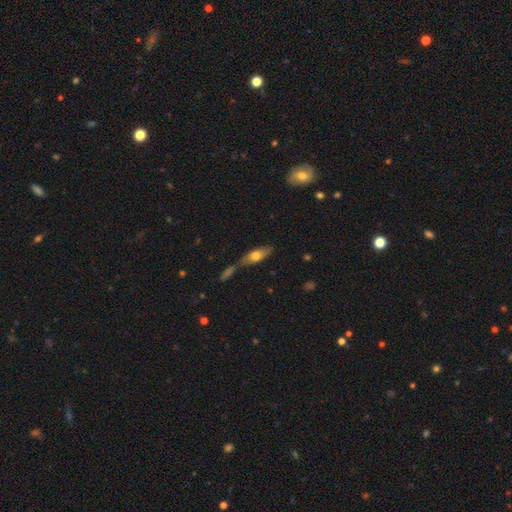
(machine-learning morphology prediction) Smooth or featured?
  - smooth: 60% *
  - featured or disk: 33%
  - star or artifact: 7%
How rounded?
  - in between: 57% *
  - cigar-shaped: 39%
  - round: 3%
Merging?
  - none: 51% *
  - merger: 29%
  - minor disturbance: 15%
  - major disturbance: 5%